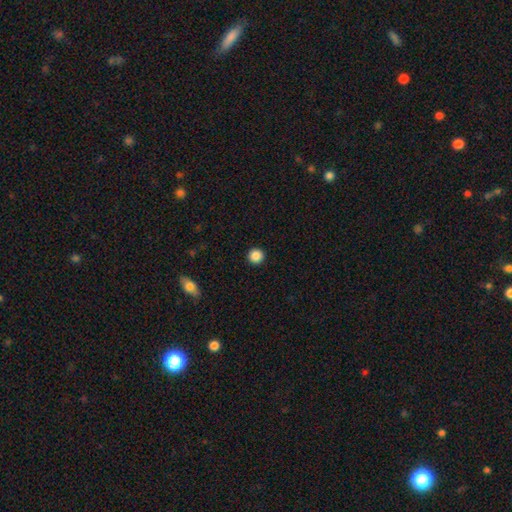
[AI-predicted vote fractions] This appears to be a smooth galaxy with no disk features (87%) that is round (96%). Merging: none (94%).